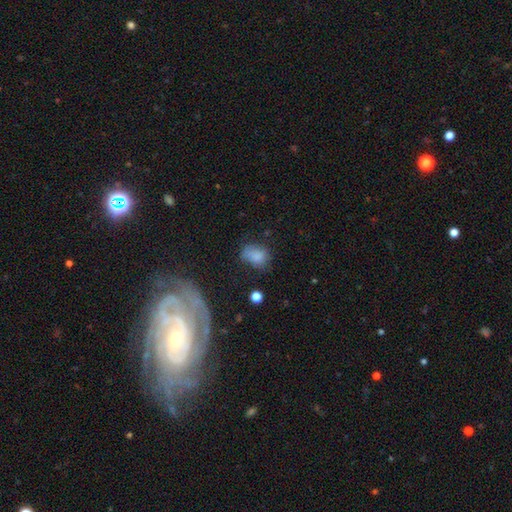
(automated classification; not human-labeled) Overall: smooth (78%). How rounded: in between (63%; round 35%). Merging: none (47%; minor disturbance 32%).